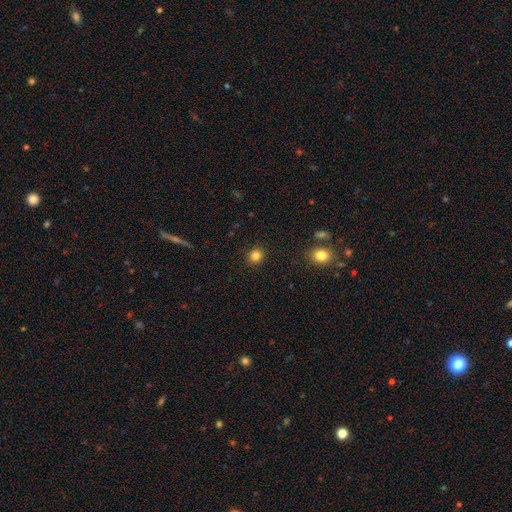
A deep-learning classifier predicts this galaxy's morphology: smooth_or_featured: smooth (p=0.83) [alt: star or artifact p=0.12]
how_rounded: round (p=0.86) [alt: in between p=0.13]
merging: none (p=0.91) [alt: minor disturbance p=0.06]